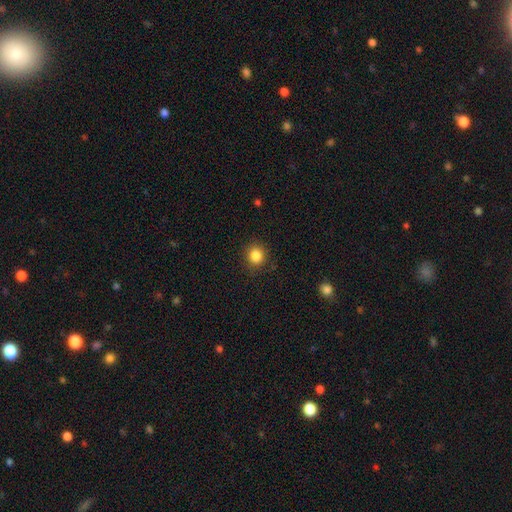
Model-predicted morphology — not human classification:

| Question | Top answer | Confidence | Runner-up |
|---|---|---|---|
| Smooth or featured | smooth | 85% | star or artifact (11%) |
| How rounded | round | 86% | in between (13%) |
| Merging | none | 88% | minor disturbance (8%) |